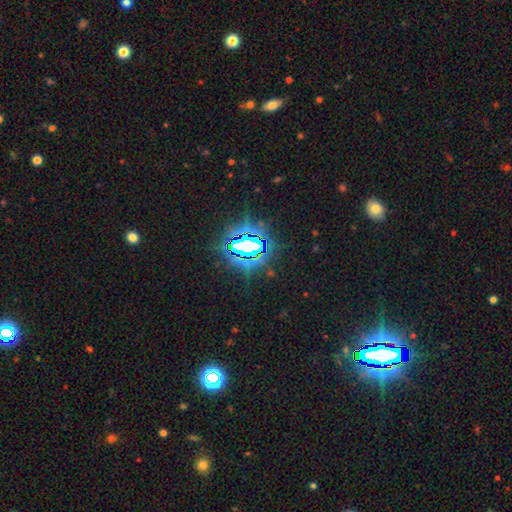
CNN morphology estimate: A star or artifact, not a galaxy (82%).

Vote fractions:
- Smooth or featured? star or artifact: 82% / smooth: 11% / featured or disk: 7%